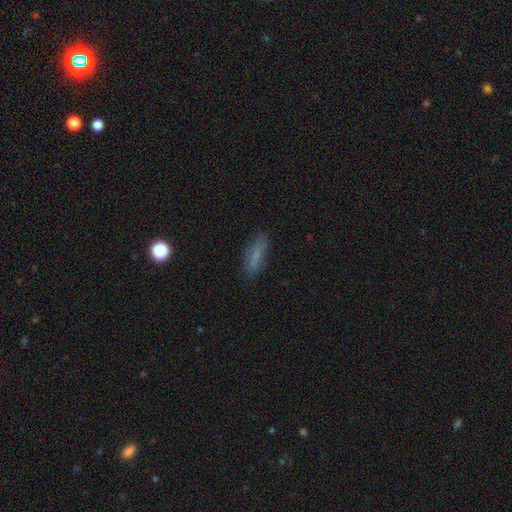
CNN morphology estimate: smooth-or-featured: smooth: 71% | featured or disk: 17% | star or artifact: 12%
  how-rounded: cigar-shaped: 60% | in between: 37% | round: 3%
  merging: none: 76% | minor disturbance: 16% | major disturbance: 5% | merger: 2%